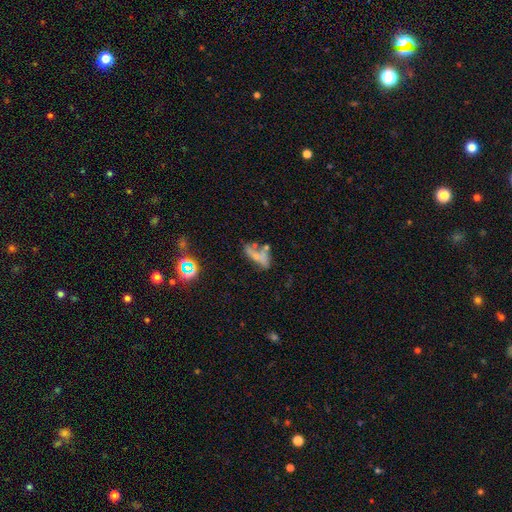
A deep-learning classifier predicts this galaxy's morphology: type=smooth (40%); merging=none (34%).